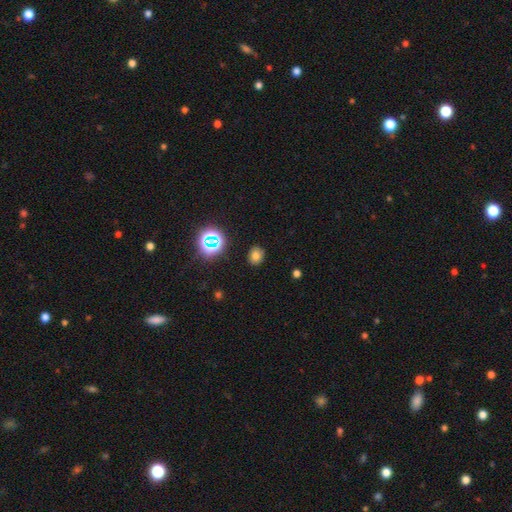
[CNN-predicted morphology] A smooth galaxy with no disk features (71%) that is round (57%).

Vote fractions:
- Smooth or featured? smooth: 71% / star or artifact: 20% / featured or disk: 9%
- How rounded? round: 57% / in between: 42% / cigar-shaped: 1%
- Merging? none: 86% / minor disturbance: 9% / major disturbance: 3% / merger: 1%